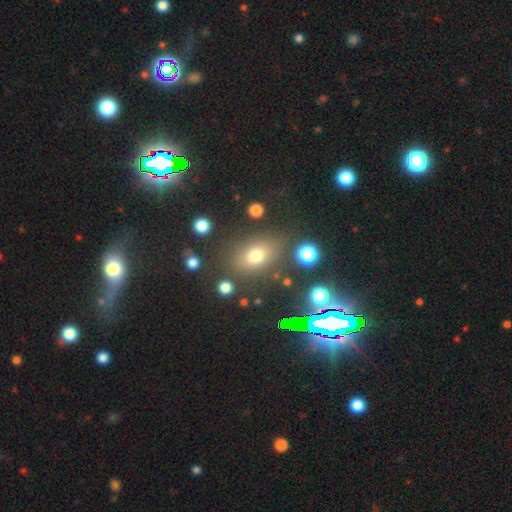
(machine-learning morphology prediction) Overall: smooth (71%). How rounded: in between (65%; round 33%). Merging: none (77%).